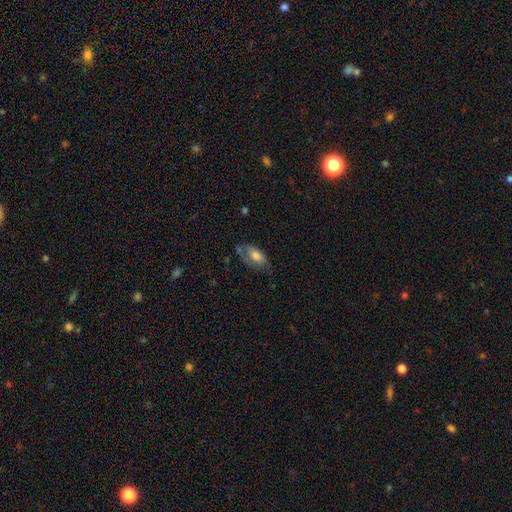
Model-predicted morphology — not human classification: Smooth or featured? smooth (69%)
How rounded? in between (89%)
Merging? none (49%)